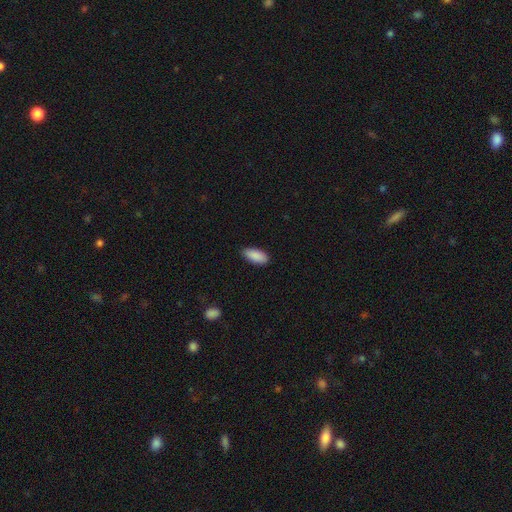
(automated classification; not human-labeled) A smooth galaxy with no disk features (90%) that is in between round and cigar-shaped (88%). Merging: none (85%).